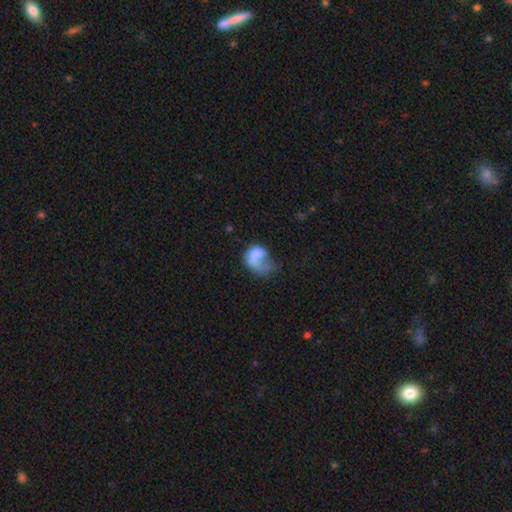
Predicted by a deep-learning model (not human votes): Overall: smooth (59%; featured or disk 32%). How rounded: in between (71%). Merging: major disturbance (58%).